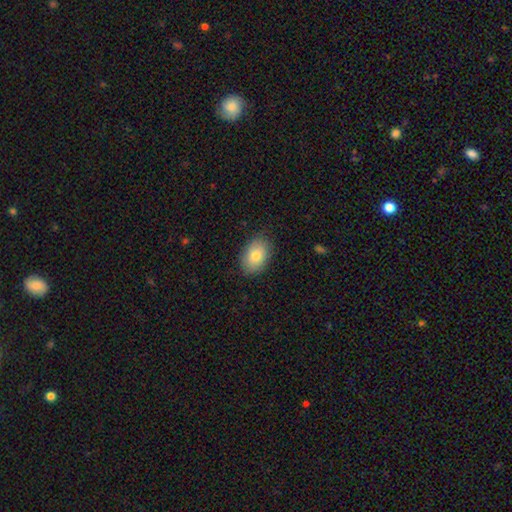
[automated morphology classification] Smooth or featured? smooth (81%)
How rounded? in between (84%)
Merging? none (83%)